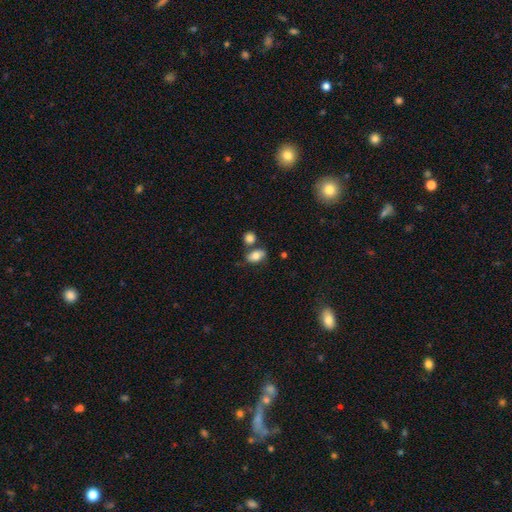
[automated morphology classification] A smooth galaxy with no disk features (74%) that is in between round and cigar-shaped (83%). Merging: none (58%).